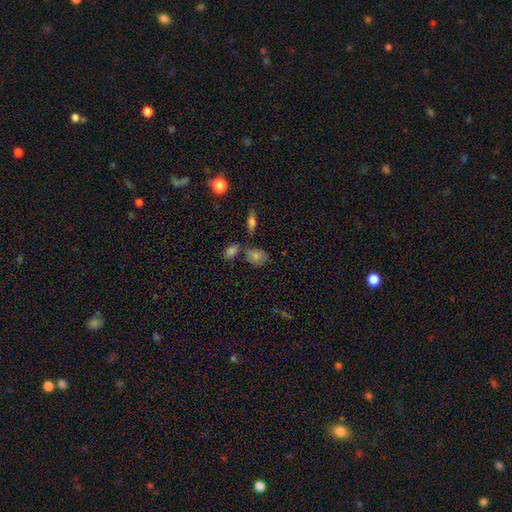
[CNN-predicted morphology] Overall: smooth (63%). How rounded: in between (58%; round 38%). Merging: none (65%).